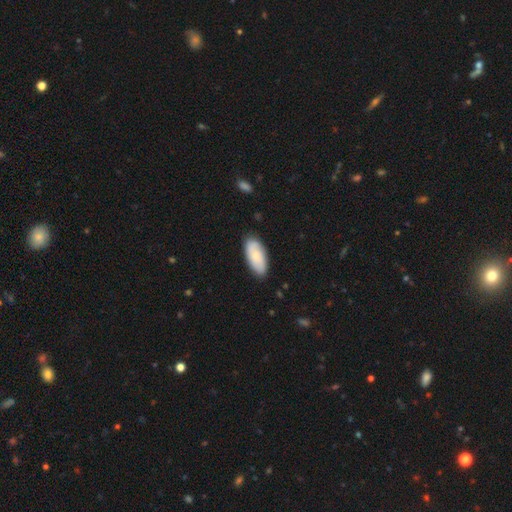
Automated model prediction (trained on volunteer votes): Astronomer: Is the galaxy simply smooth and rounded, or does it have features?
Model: smooth — 71%.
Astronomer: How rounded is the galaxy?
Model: in between — 91%.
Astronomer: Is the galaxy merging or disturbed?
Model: none — 82%.